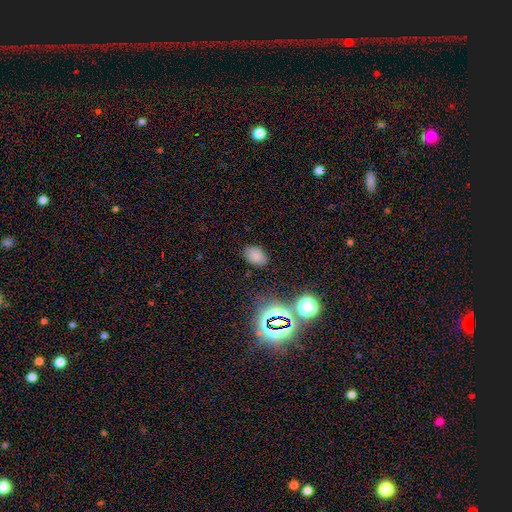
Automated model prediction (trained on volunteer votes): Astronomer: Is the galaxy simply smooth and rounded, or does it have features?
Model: smooth — 74%.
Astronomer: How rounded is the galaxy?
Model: in between — 84%.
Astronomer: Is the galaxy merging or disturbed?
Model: none — 82%.